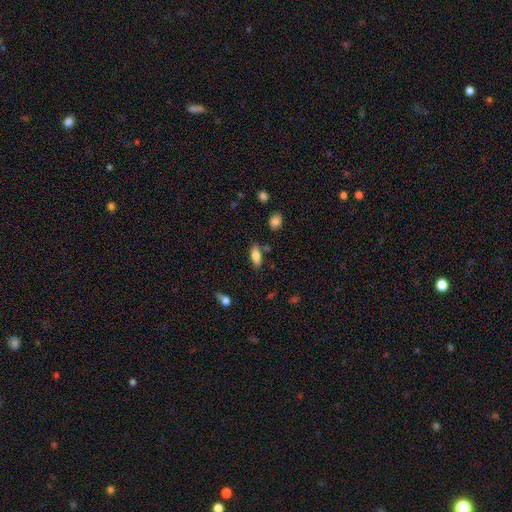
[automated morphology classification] Smooth or featured?
  - smooth: 79% *
  - featured or disk: 13%
  - star or artifact: 8%
How rounded?
  - in between: 81% *
  - cigar-shaped: 16%
  - round: 3%
Merging?
  - none: 75% *
  - minor disturbance: 15%
  - merger: 6%
  - major disturbance: 4%